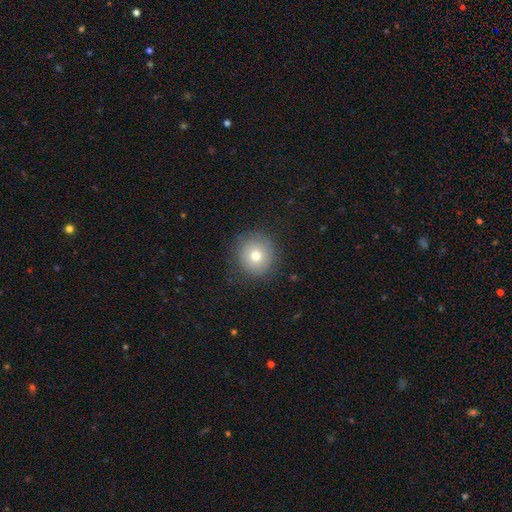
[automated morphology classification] A smooth galaxy with no disk features (71%) that is round (91%). Merging: none (83%).